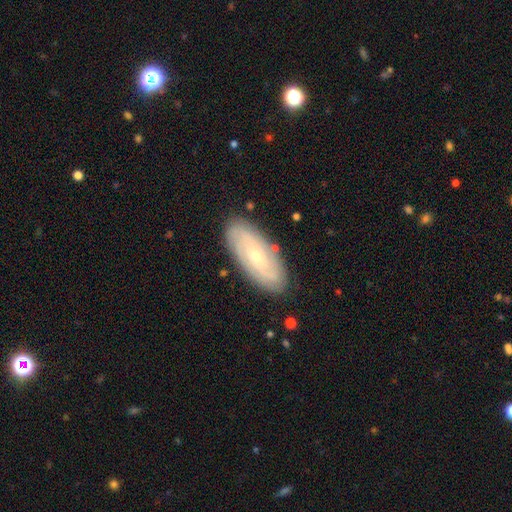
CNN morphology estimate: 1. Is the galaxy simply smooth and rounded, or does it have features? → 67% featured or disk, 27% smooth, 6% star or artifact.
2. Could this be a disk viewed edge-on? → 89% no, 11% yes.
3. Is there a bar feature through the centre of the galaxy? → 59% no, 34% weak, 8% strong.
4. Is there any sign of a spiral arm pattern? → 86% yes, 14% no.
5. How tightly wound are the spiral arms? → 60% tight, 29% medium, 11% loose.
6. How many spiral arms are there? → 44% can't tell, 32% 2, 10% 3, 7% 4, 4% more than 4, 3% 1.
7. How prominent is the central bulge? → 68% small, 28% moderate, 1% none, 1% large, 1% dominant.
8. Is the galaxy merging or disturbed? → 85% none, 11% minor disturbance, 2% major disturbance, 1% merger.